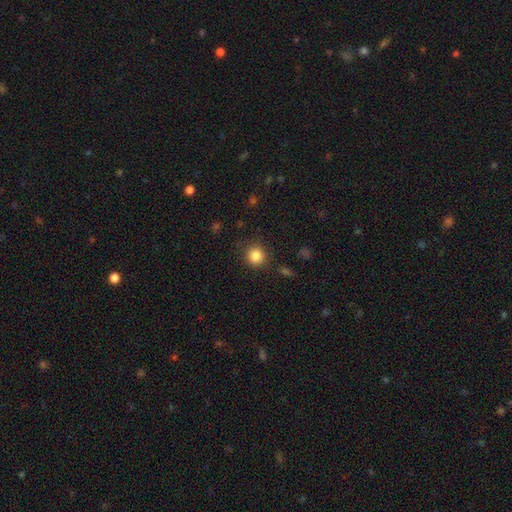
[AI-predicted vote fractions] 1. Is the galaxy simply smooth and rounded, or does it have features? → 85% smooth, 11% star or artifact, 5% featured or disk.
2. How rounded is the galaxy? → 92% round, 7% in between, 1% cigar-shaped.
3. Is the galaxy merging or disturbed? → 87% none, 8% minor disturbance, 3% major disturbance, 2% merger.